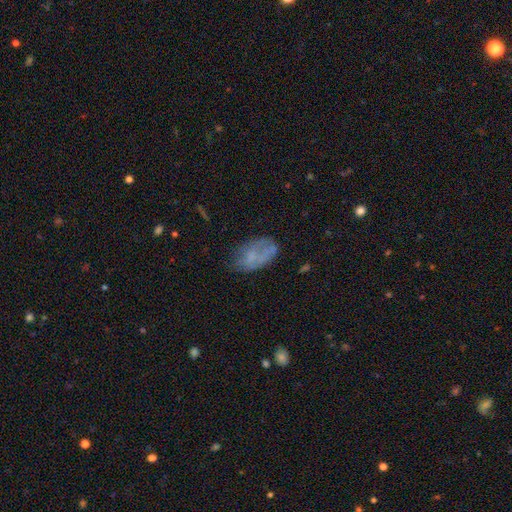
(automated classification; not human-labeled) smooth-or-featured: smooth: 52% | featured or disk: 36% | star or artifact: 12%
  how-rounded: in between: 91% | round: 7% | cigar-shaped: 2%
  merging: none: 53% | minor disturbance: 27% | major disturbance: 16% | merger: 4%